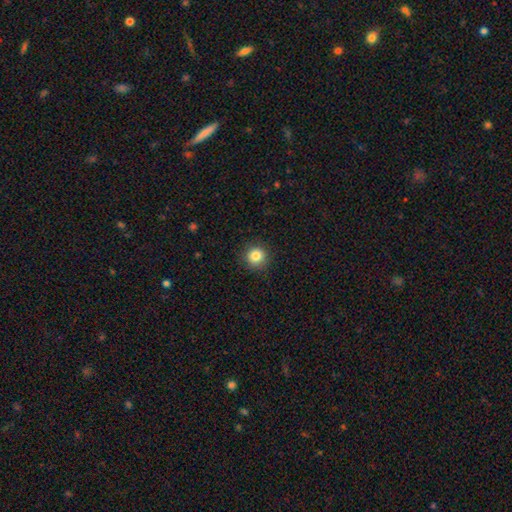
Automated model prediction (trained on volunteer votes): This is clearly a smooth galaxy (84%). How rounded: clearly round (94%). Merging: clearly none (91%).